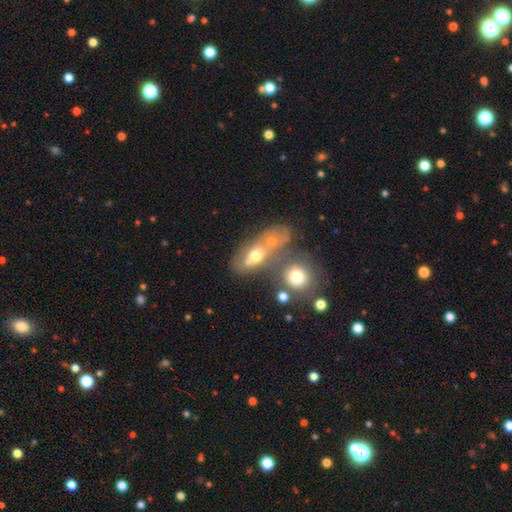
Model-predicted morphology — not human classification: The model was most divided on "smooth or featured": smooth: 55%, featured or disk: 31%, star or artifact: 14%. More confident: how rounded — in between (69%); merging — merger (53%).